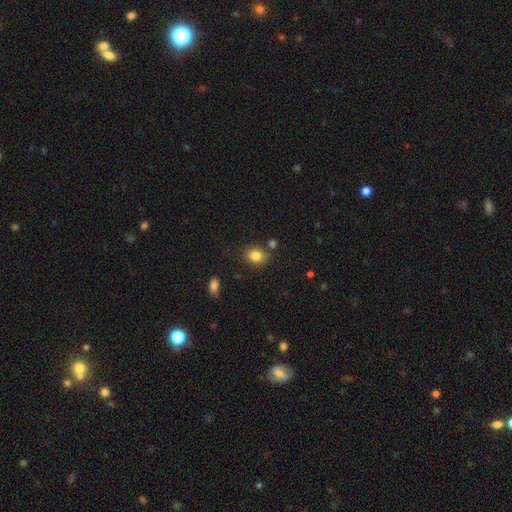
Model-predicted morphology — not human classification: Smooth or featured: smooth — 83% (star or artifact — 10%)
How rounded: in between — 54% (round — 45%)
Merging: none — 78% (minor disturbance — 12%)